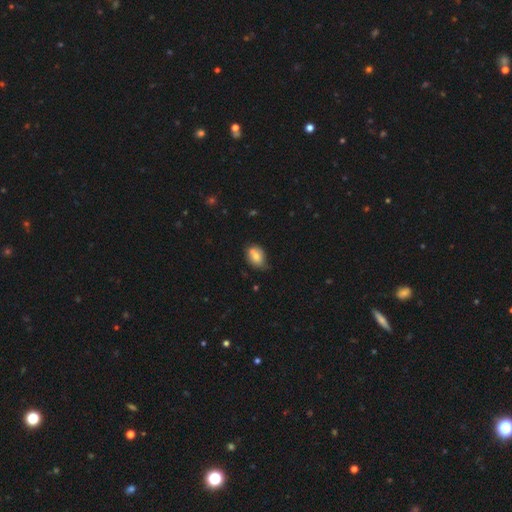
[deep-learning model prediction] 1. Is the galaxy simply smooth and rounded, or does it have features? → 71% smooth, 20% featured or disk, 9% star or artifact.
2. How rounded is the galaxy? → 73% in between, 26% round, 1% cigar-shaped.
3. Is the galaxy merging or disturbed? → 46% none, 24% minor disturbance, 24% merger, 5% major disturbance.